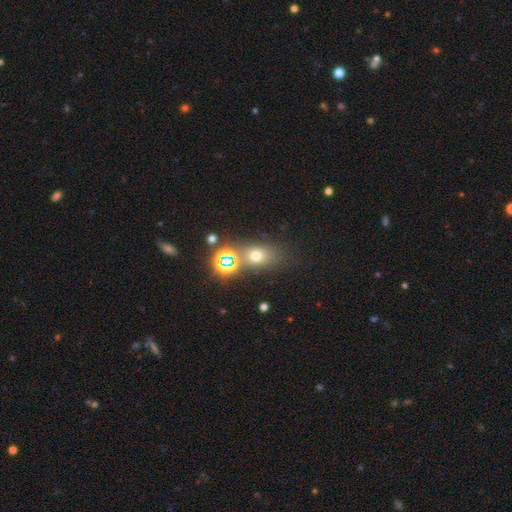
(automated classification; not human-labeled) smooth-or-featured: smooth: 58% | star or artifact: 29% | featured or disk: 13%
  how-rounded: in between: 55% | round: 42% | cigar-shaped: 2%
  merging: none: 65% | merger: 15% | minor disturbance: 13% | major disturbance: 7%